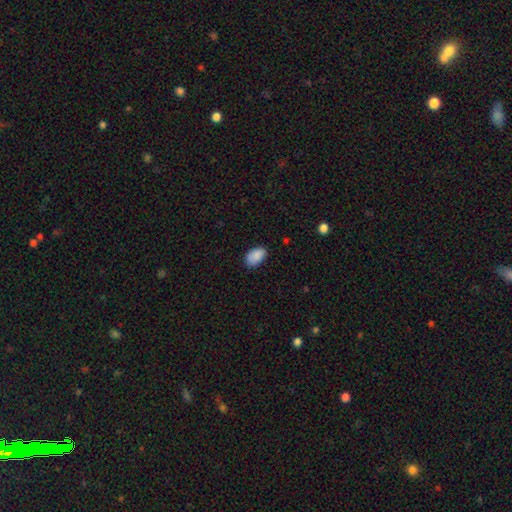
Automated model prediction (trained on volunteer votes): Smooth or featured: smooth — 88% (star or artifact — 7%)
How rounded: in between — 92% (round — 7%)
Merging: none — 78% (minor disturbance — 18%)